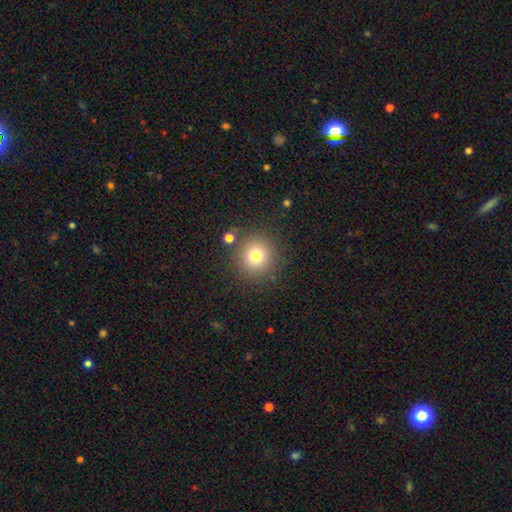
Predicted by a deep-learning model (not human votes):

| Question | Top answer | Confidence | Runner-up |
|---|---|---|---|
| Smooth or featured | smooth | 77% | star or artifact (14%) |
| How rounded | round | 93% | in between (6%) |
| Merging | none | 85% | minor disturbance (8%) |